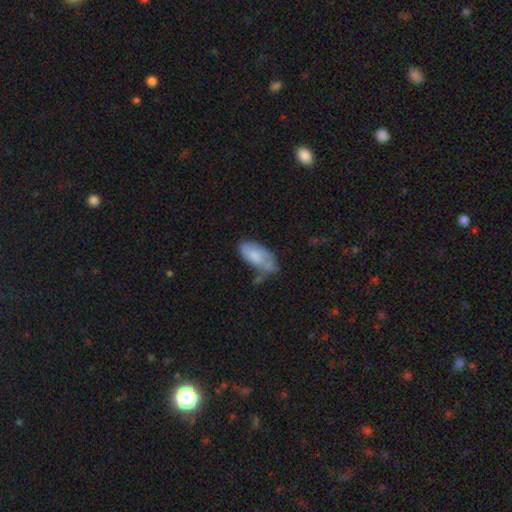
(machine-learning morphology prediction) smooth 69%, featured or disk 24%, star or artifact 7%. Down the decision tree: how rounded — in between (91%); merging — none (41%).